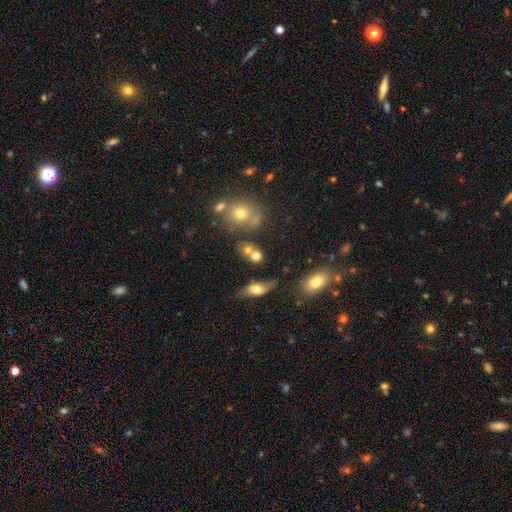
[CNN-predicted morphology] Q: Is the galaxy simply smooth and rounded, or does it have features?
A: smooth — 70%.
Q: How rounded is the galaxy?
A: round — 55%.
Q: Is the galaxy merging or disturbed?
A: none — 43%.